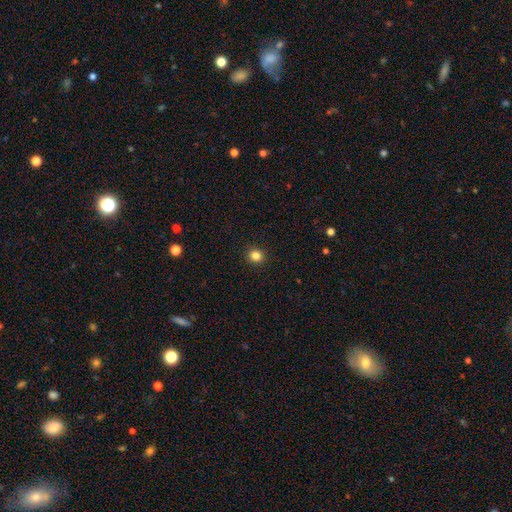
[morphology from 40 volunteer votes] Smooth or featured: smooth — 82% (star or artifact — 12%)
How rounded: round — 67% (in between — 33%)
Merging: none — 89% (minor disturbance — 11%)